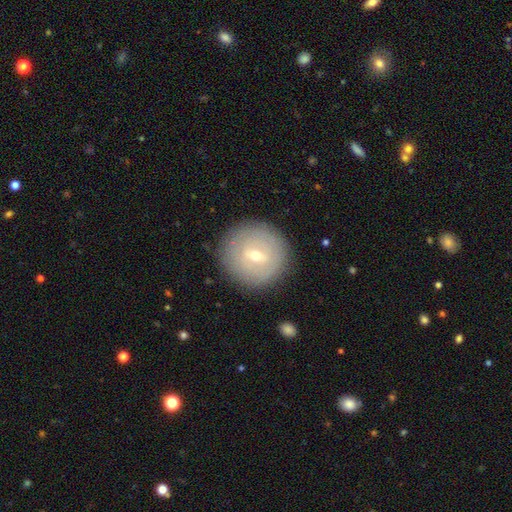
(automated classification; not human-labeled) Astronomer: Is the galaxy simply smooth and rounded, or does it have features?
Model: featured or disk — 47% (runner-up: smooth, 44%).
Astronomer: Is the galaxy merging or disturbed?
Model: none — 88%.